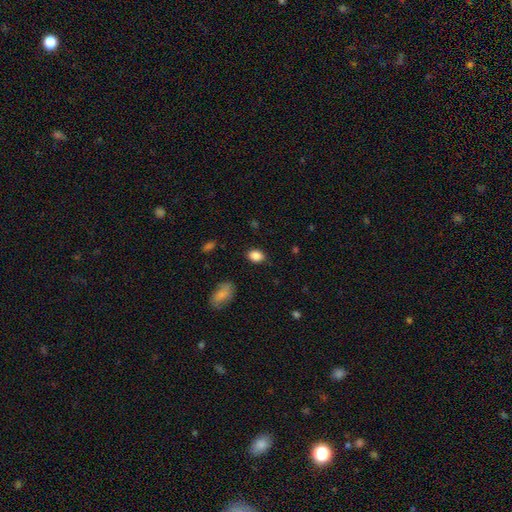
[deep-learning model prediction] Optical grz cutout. It shows a smooth galaxy with no disk features (87%) that is in between round and cigar-shaped (71%). Merging: none (82%).